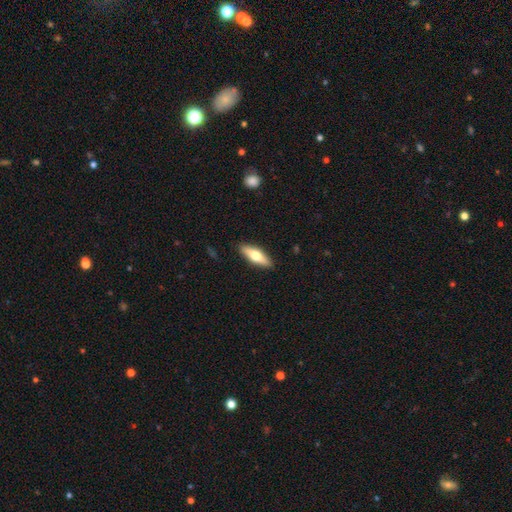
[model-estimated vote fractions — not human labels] Morphology: type=smooth (57%); roundness=in between (51%); merging=none (90%).